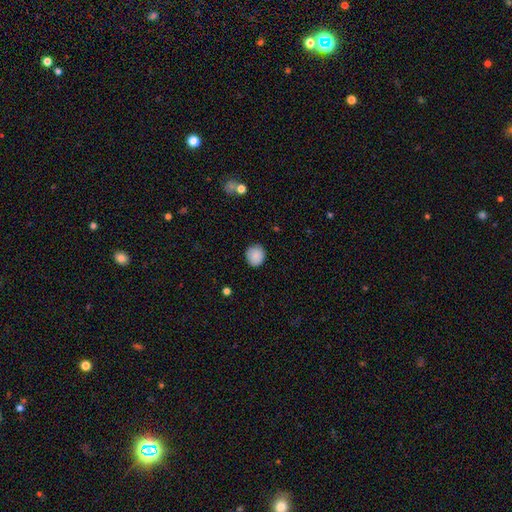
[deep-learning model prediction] Morphology: type=smooth (84%); roundness=round (80%); merging=none (83%).